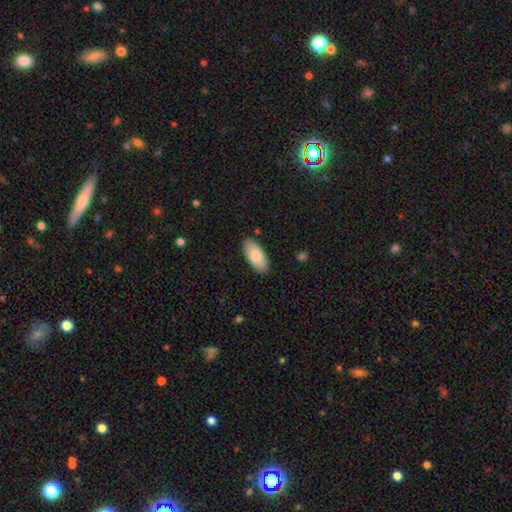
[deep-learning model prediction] Q: Smooth or featured?
A: smooth (79%); runner-up: featured or disk (15%)
Q: How rounded?
A: in between (91%); runner-up: cigar-shaped (7%)
Q: Merging?
A: none (88%); runner-up: minor disturbance (9%)